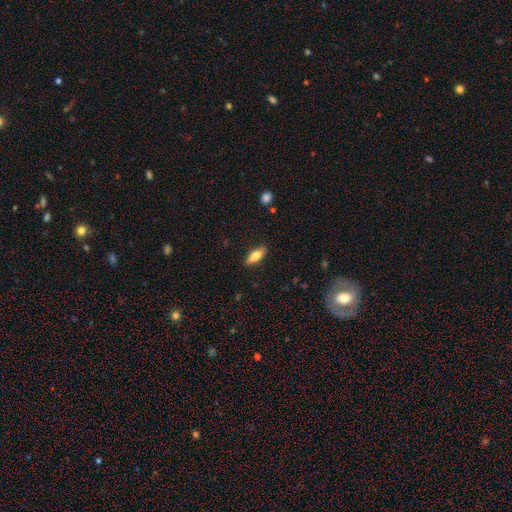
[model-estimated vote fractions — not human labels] smooth 69%, featured or disk 24%, star or artifact 7%. Down the decision tree: how rounded — in between (64%); merging — none (87%).